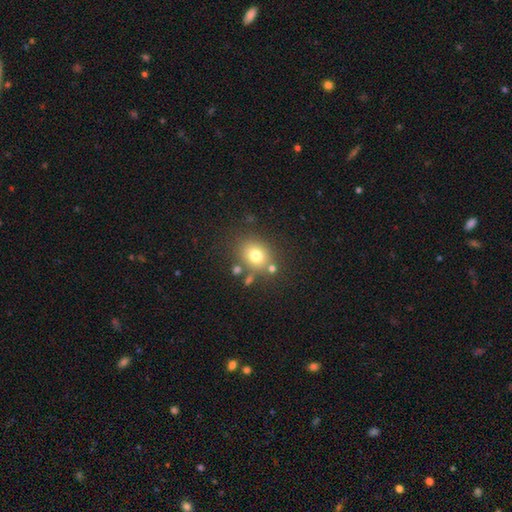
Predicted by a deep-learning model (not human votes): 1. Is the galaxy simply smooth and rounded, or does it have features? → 75% smooth, 14% star or artifact, 12% featured or disk.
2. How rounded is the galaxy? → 58% round, 42% in between, 1% cigar-shaped.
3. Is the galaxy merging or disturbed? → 74% none, 12% minor disturbance, 9% merger, 5% major disturbance.